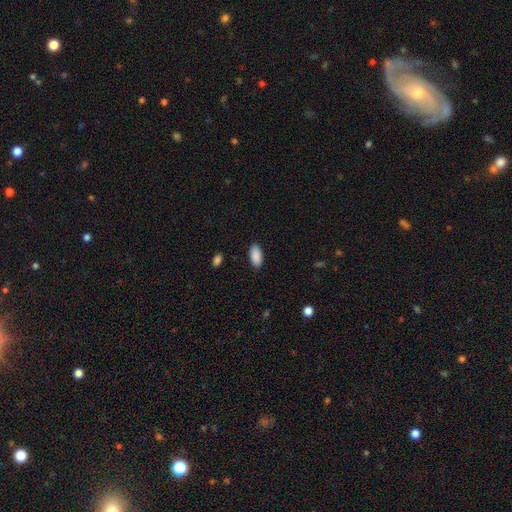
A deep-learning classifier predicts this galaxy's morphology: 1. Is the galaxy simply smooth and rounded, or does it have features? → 90% smooth, 6% star or artifact, 3% featured or disk.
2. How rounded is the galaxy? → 92% in between, 6% cigar-shaped, 2% round.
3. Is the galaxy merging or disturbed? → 89% none, 8% minor disturbance, 2% major disturbance, 1% merger.